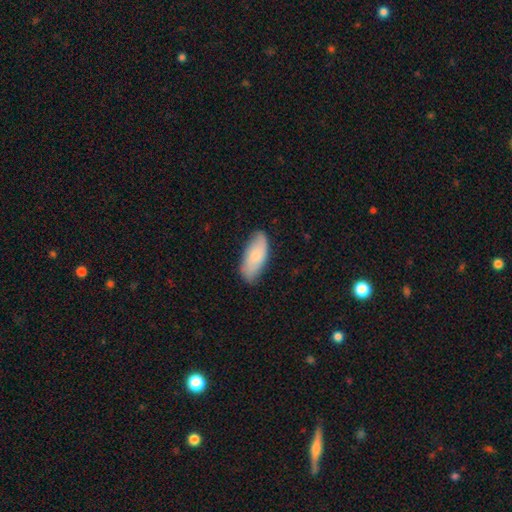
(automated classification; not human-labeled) This appears to be a smooth galaxy with no disk features (72%) that is in between round and cigar-shaped (86%). Merging: none (77%).